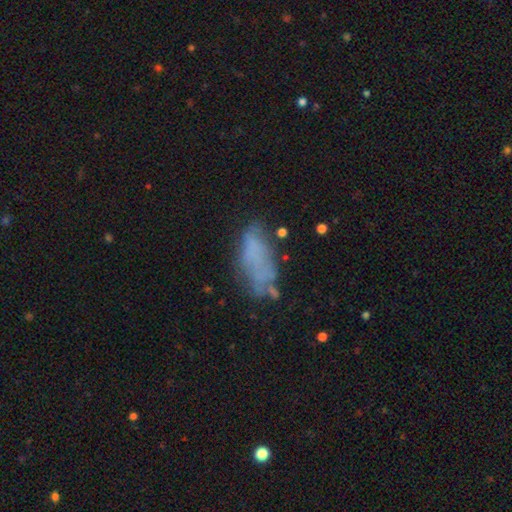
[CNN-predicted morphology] This is possibly a smooth galaxy (56%). How rounded: clearly in between (82%). Merging: possibly none (48%).